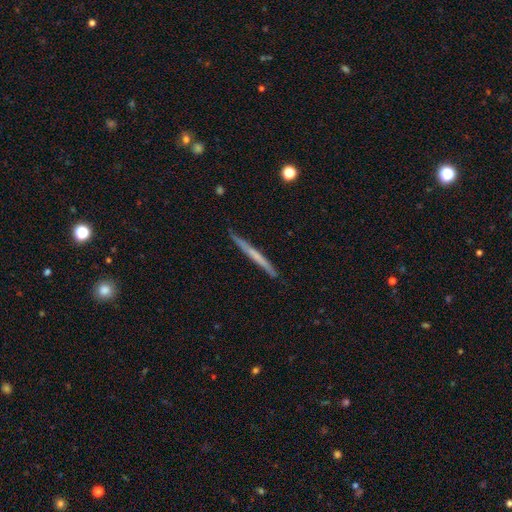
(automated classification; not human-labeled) featured or disk 49%, smooth 46%, star or artifact 6%. Down the decision tree: merging — none (89%).